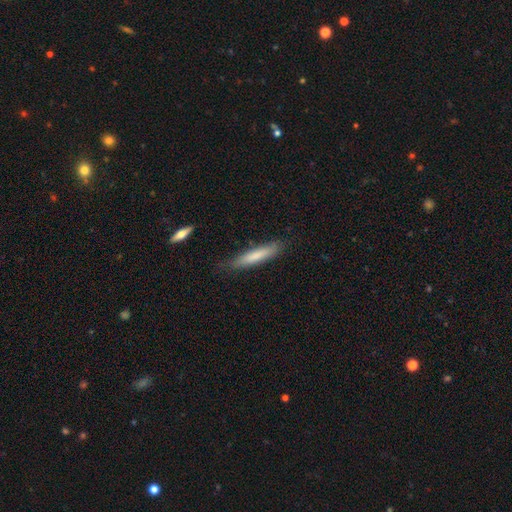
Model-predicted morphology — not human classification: type=smooth (76%); roundness=cigar-shaped (88%); merging=none (81%).